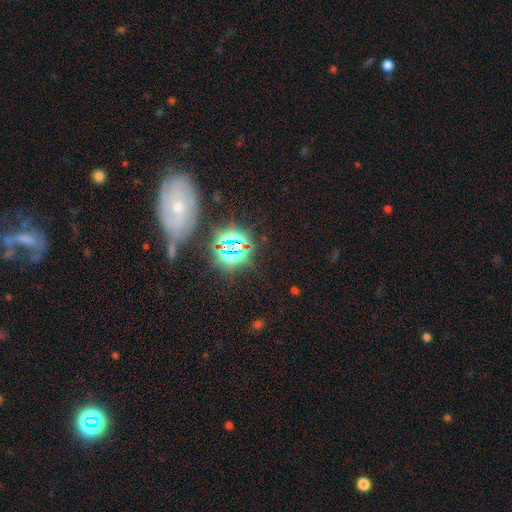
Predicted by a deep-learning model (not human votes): Morphology: type=star or artifact (53%).